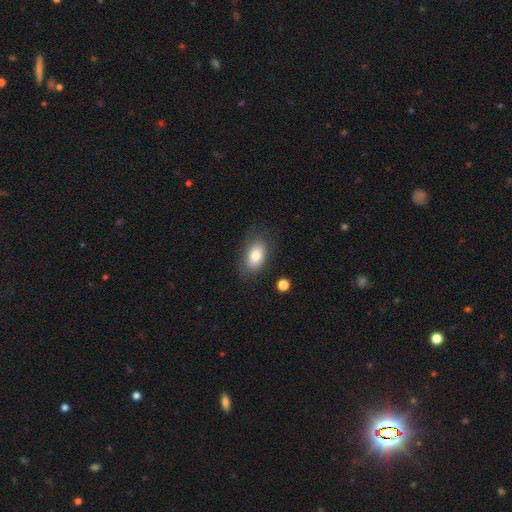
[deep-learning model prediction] A smooth galaxy with no disk features (80%) that is in between round and cigar-shaped (91%). Merging: none (78%).